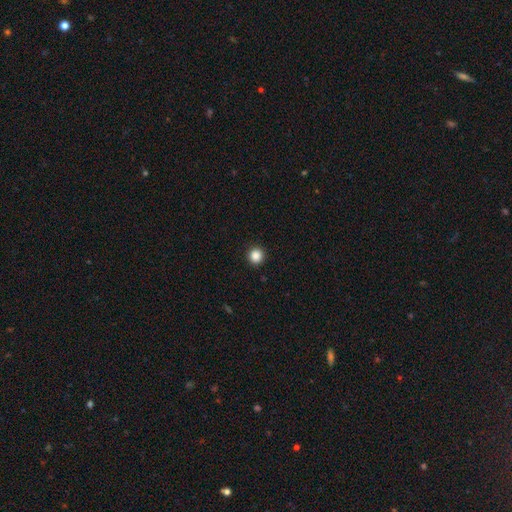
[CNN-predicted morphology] This appears to be a smooth galaxy with no disk features (87%) that is round (94%). Merging: none (93%).